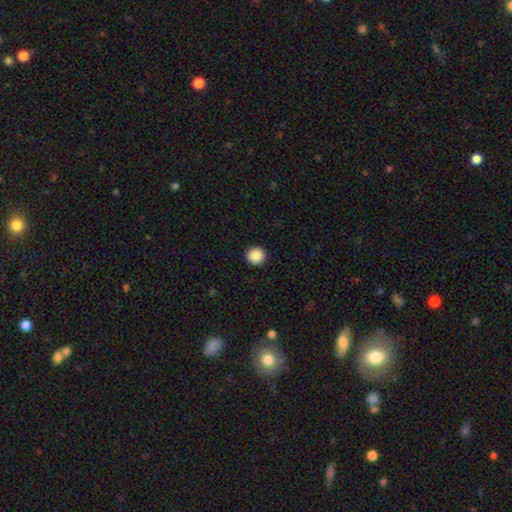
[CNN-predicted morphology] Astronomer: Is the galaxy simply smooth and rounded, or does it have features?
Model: smooth — 88%.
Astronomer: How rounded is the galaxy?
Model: round — 95%.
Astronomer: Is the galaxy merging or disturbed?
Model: none — 93%.